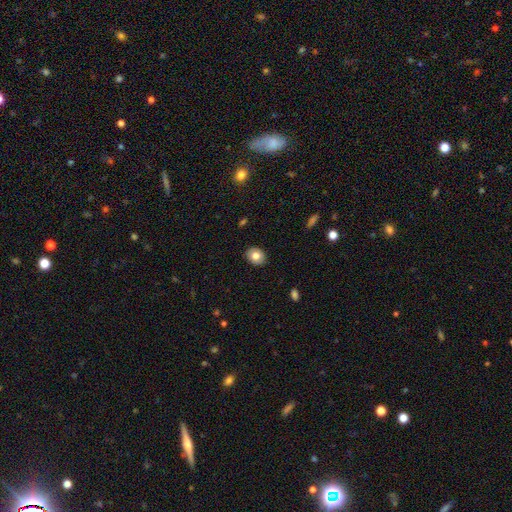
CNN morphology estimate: This is likely a smooth galaxy (77%). How rounded: possibly round (53%). Merging: clearly none (89%).